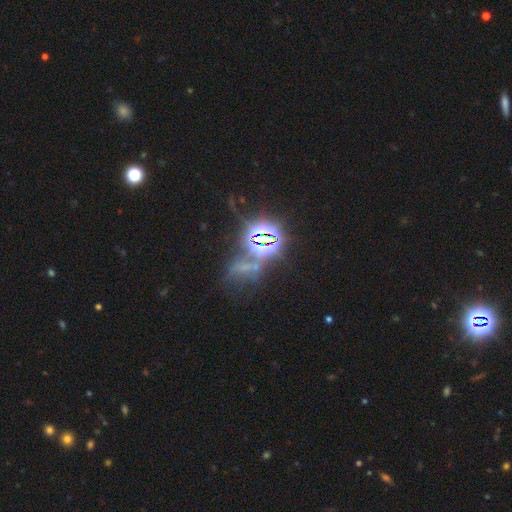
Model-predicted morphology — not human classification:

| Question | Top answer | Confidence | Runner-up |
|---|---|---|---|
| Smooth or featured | star or artifact | 69% | smooth (19%) |